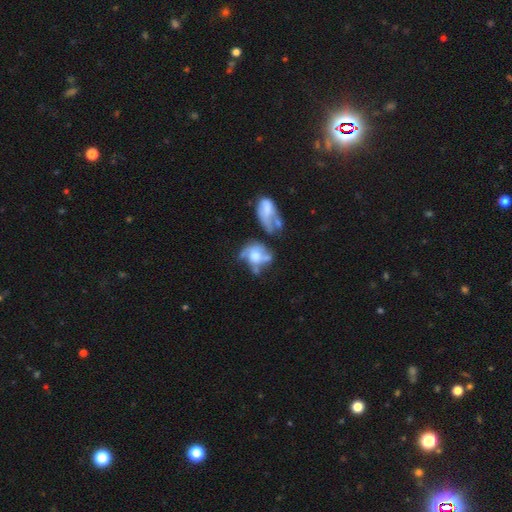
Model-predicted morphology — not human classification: A featured or disk galaxy (53%) with no bar (83%), no spiral arms (61%) and a moderate central bulge (39%). Merging: major disturbance (29%).